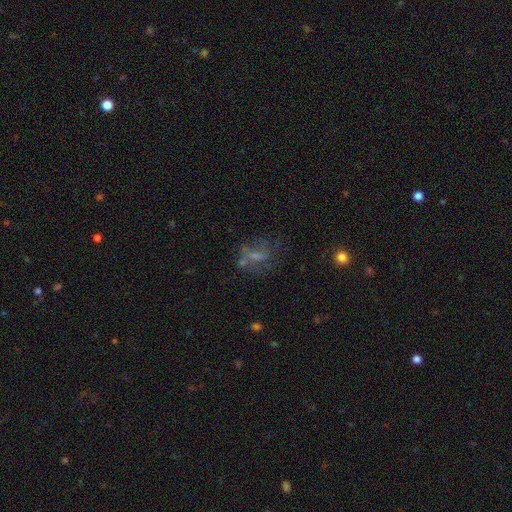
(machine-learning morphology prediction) featured or disk 44%, smooth 38%, star or artifact 18%. Down the decision tree: merging — none (42%).